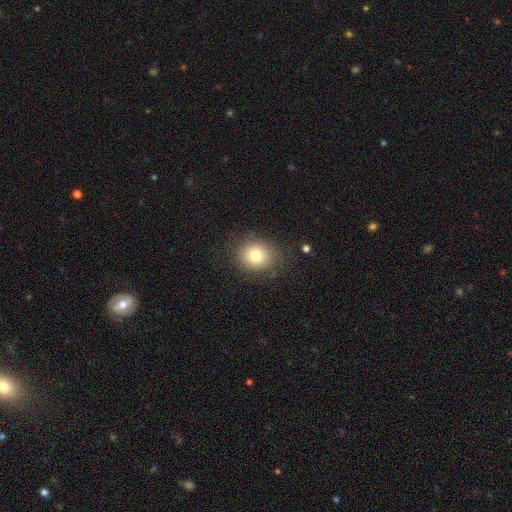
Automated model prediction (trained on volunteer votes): smooth-or-featured: smooth: 77% | star or artifact: 12% | featured or disk: 11%
  how-rounded: round: 73% | in between: 26% | cigar-shaped: 1%
  merging: none: 84% | minor disturbance: 10% | major disturbance: 4% | merger: 1%